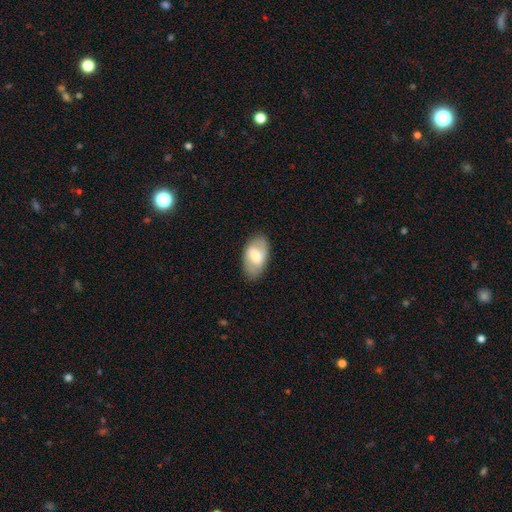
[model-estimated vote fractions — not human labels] Q: Smooth or featured?
A: smooth (47%); tied with: featured or disk (47%)
Q: Merging?
A: none (84%); runner-up: minor disturbance (12%)